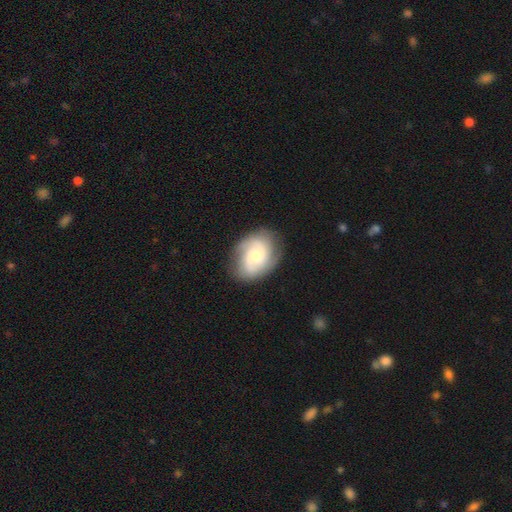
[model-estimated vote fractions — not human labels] Q: Smooth or featured?
A: featured or disk (69%); runner-up: smooth (24%)
Q: Edge-on disk?
A: no (98%); runner-up: yes (2%)
Q: Bar?
A: no (65%); runner-up: weak (30%)
Q: Spiral arms?
A: yes (94%); runner-up: no (6%)
Q: Spiral winding?
A: medium (44%); runner-up: tight (39%)
Q: Spiral arm count?
A: 2 (39%); runner-up: 3 (29%)
Q: Bulge size?
A: small (44%); runner-up: moderate (43%)
Q: Merging?
A: none (76%); runner-up: minor disturbance (17%)